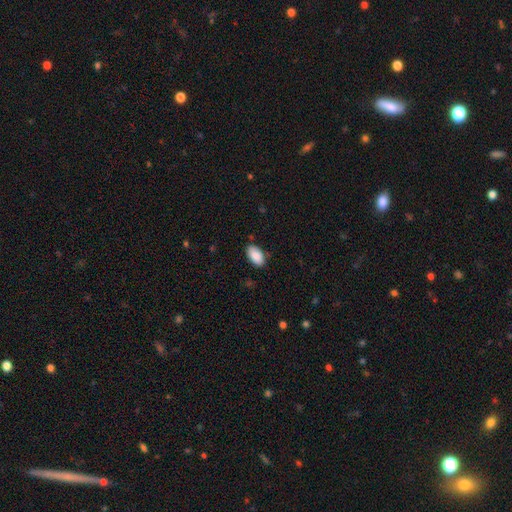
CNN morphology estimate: This is clearly a smooth galaxy (89%). How rounded: clearly in between (95%). Merging: clearly none (84%).